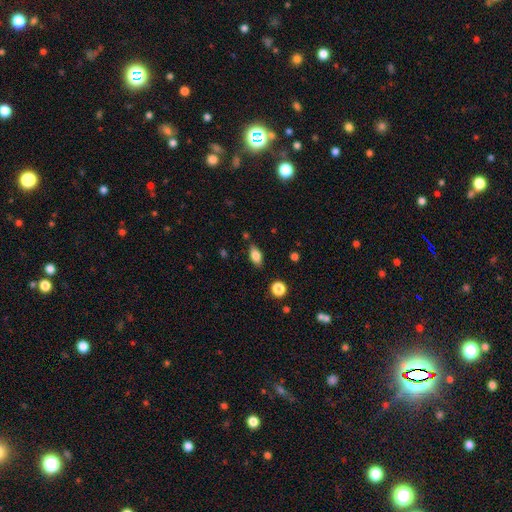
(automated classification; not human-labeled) smooth 80%, featured or disk 12%, star or artifact 9%. Down the decision tree: how rounded — in between (87%); merging — none (81%).